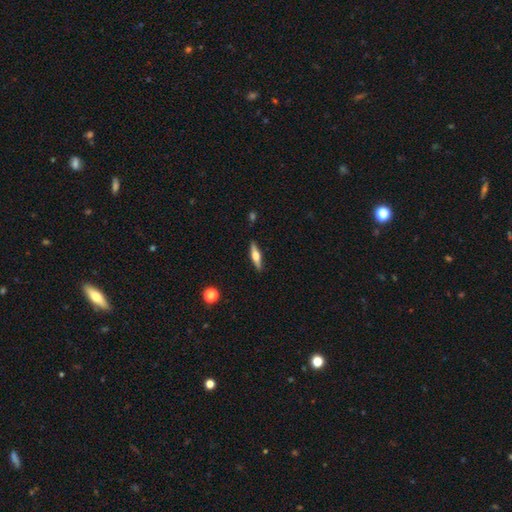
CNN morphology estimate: A featured or disk galaxy (55%) viewed edge-on (95%) with a rounded central bulge (89%).

Vote fractions:
- Smooth or featured? featured or disk: 55% / smooth: 38% / star or artifact: 6%
- Edge-on disk? yes: 95% / no: 5%
- Edge-on bulge? rounded: 89% / boxy: 8% / none: 3%
- Merging? none: 88% / minor disturbance: 9% / major disturbance: 2% / merger: 1%